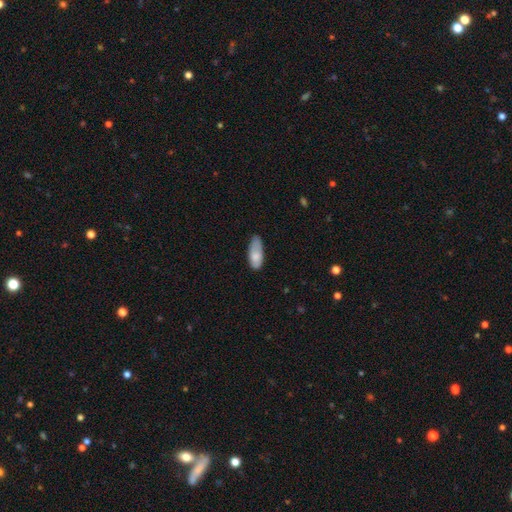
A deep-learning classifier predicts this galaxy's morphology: A smooth galaxy with no disk features (79%) that is in between round and cigar-shaped (82%).

Vote fractions:
- Smooth or featured? smooth: 79% / featured or disk: 14% / star or artifact: 6%
- How rounded? in between: 82% / cigar-shaped: 16% / round: 2%
- Merging? none: 60% / minor disturbance: 32% / major disturbance: 6% / merger: 2%